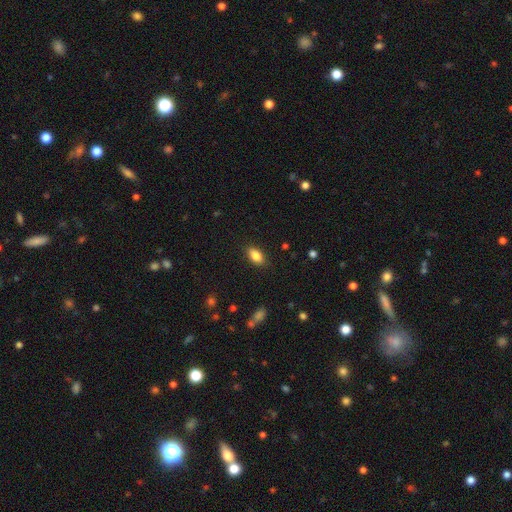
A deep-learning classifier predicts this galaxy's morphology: The model was most divided on "merging": none: 86%, minor disturbance: 10%, major disturbance: 3%, merger: 1%. More confident: how rounded — in between (89%); smooth or featured — smooth (85%).